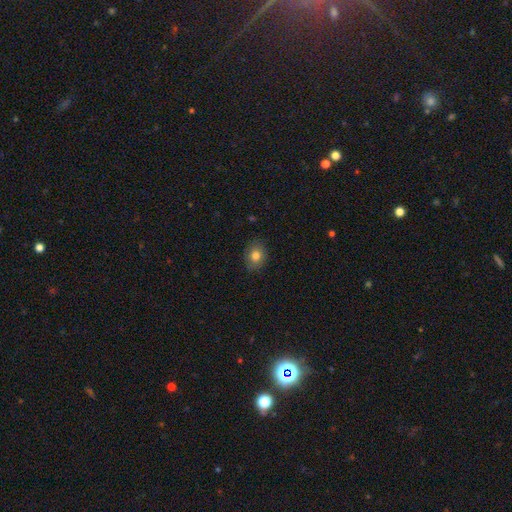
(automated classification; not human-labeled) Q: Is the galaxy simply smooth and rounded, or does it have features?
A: smooth — 81%.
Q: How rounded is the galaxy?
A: in between — 54%.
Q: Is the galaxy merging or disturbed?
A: none — 86%.